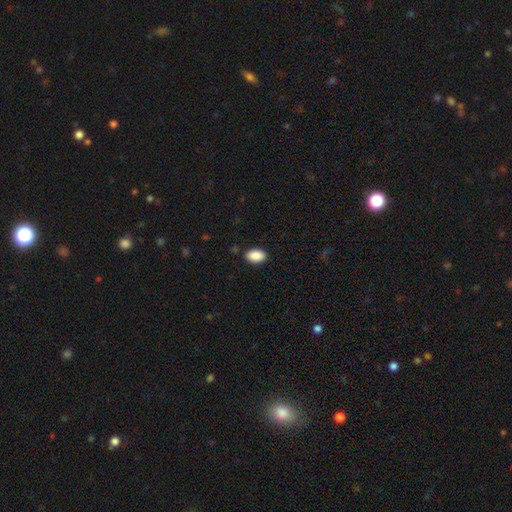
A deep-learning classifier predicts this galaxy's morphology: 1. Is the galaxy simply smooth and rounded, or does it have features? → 90% smooth, 7% star or artifact, 3% featured or disk.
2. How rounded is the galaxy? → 90% in between, 9% round, 1% cigar-shaped.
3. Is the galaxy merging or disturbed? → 89% none, 8% minor disturbance, 2% major disturbance, 1% merger.